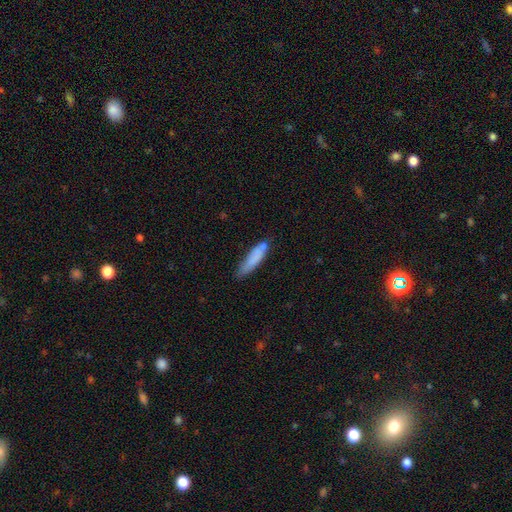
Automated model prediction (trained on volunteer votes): Overall: smooth (79%). How rounded: cigar-shaped (73%). Merging: none (60%; minor disturbance 26%).